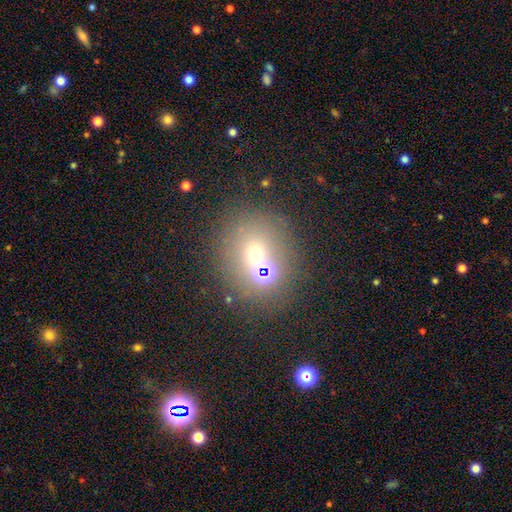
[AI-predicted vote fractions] Smooth or featured: smooth — 55% (star or artifact — 31%)
How rounded: round — 83% (in between — 16%)
Merging: none — 70% (merger — 15%)